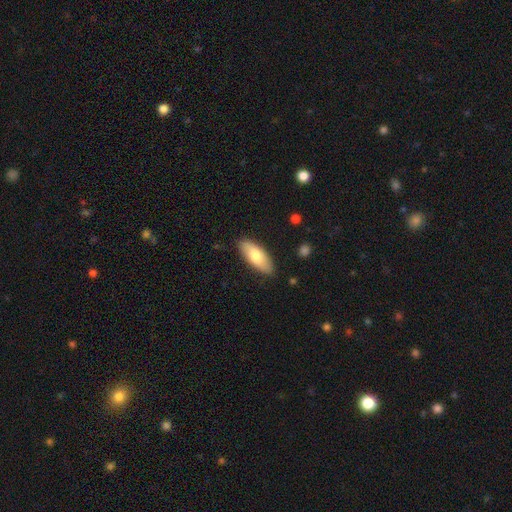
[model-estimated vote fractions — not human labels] Q: Smooth or featured?
A: smooth (73%); runner-up: featured or disk (22%)
Q: How rounded?
A: in between (78%); runner-up: cigar-shaped (20%)
Q: Merging?
A: none (87%); runner-up: minor disturbance (10%)